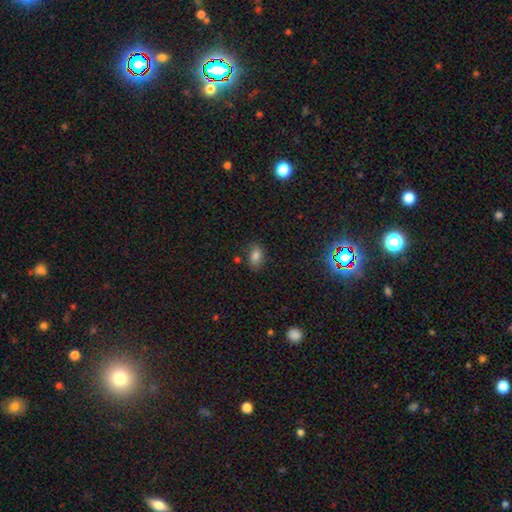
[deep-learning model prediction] Smooth or featured? smooth (81%)
How rounded? in between (85%)
Merging? none (75%)